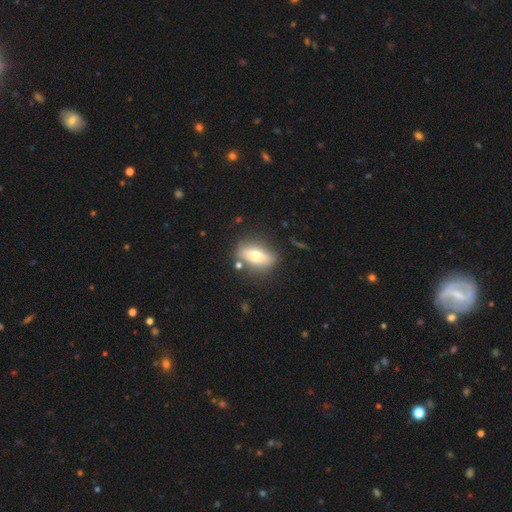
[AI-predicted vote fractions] A smooth galaxy with no disk features (60%) that is in between round and cigar-shaped (76%). Merging: none (76%).